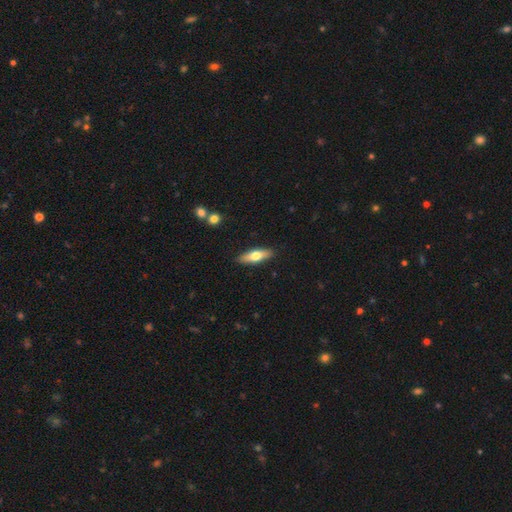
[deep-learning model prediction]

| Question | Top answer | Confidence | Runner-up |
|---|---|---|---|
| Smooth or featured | smooth | 60% | featured or disk (35%) |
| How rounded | cigar-shaped | 50% | in between (47%) |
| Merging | none | 89% | minor disturbance (8%) |